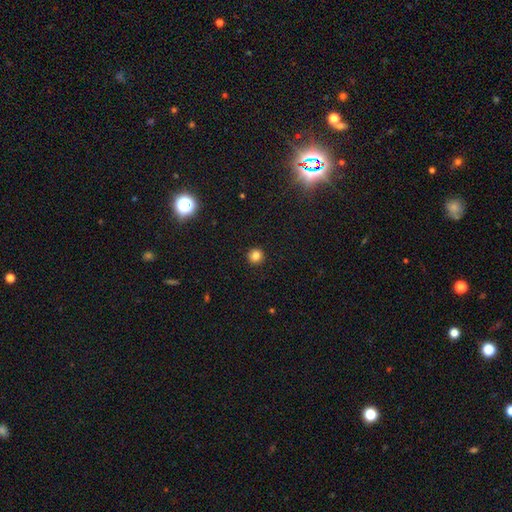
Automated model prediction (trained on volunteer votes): This appears to be a smooth galaxy with no disk features (83%) that is round (95%). Merging: none (93%).